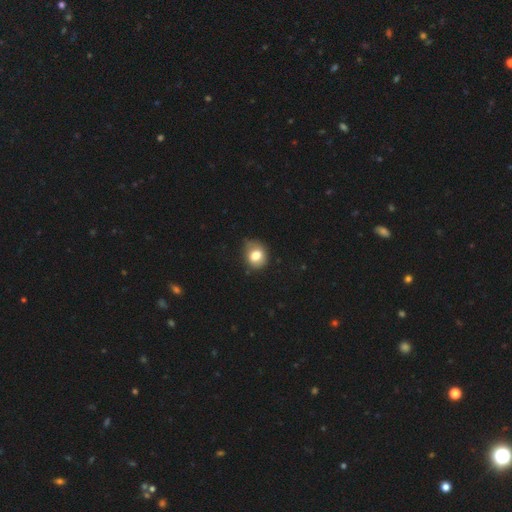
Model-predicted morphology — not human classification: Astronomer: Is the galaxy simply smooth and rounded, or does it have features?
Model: smooth — 77%.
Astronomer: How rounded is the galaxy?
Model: round — 61% (runner-up: in between, 38%).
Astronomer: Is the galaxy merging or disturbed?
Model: none — 60%.